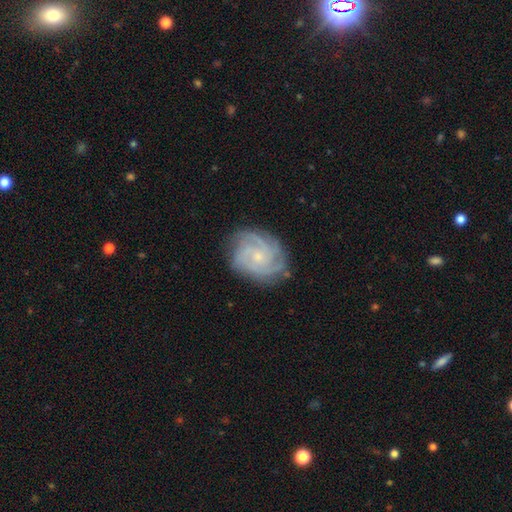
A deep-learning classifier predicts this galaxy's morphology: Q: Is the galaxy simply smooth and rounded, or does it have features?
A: featured or disk — 86%.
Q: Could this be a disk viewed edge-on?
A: no — 98%.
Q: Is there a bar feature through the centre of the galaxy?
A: no — 72%.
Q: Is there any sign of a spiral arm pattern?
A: yes — 98%.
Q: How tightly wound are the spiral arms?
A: tight — 69%.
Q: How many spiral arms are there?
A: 3 — 34%.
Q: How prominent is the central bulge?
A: small — 69%.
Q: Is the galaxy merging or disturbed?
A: none — 79%.